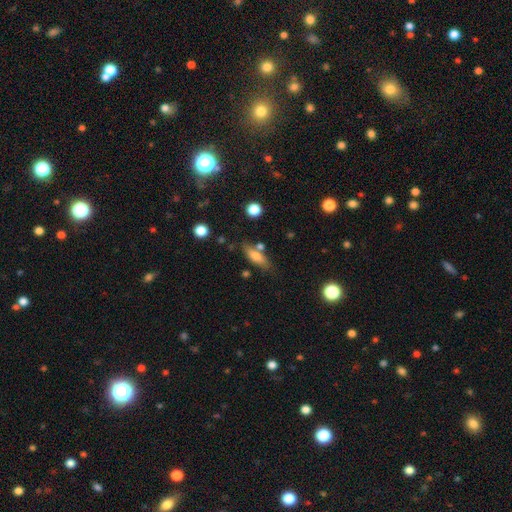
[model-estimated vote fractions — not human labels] Smooth or featured: smooth — 74% (featured or disk — 18%)
How rounded: in between — 55% (cigar-shaped — 42%)
Merging: none — 68% (minor disturbance — 16%)